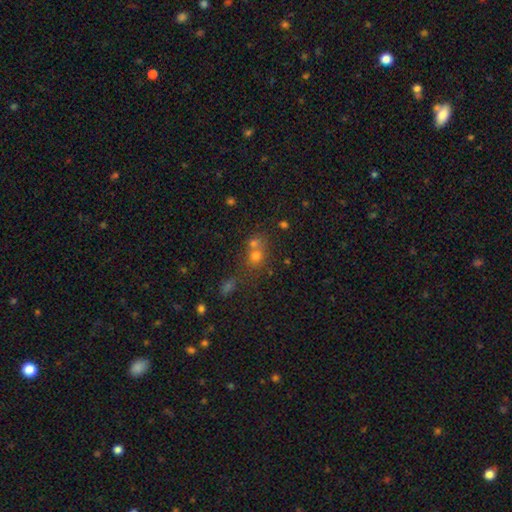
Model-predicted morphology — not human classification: This is likely a smooth galaxy (62%). How rounded: likely round (76%). Merging: possibly merger (49%).